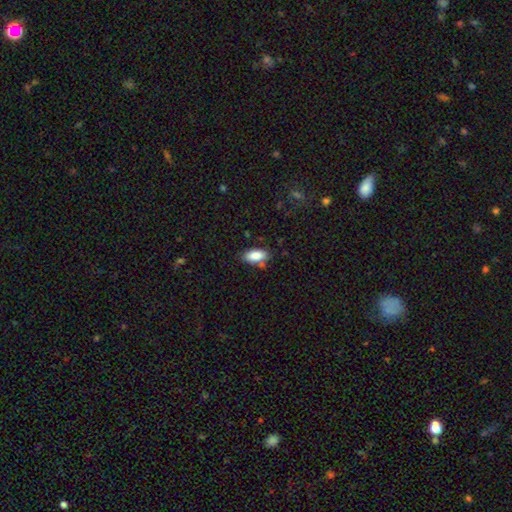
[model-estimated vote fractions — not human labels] A smooth galaxy with no disk features (86%) that is in between round and cigar-shaped (90%).

Vote fractions:
- Smooth or featured? smooth: 86% / featured or disk: 7% / star or artifact: 7%
- How rounded? in between: 90% / cigar-shaped: 7% / round: 3%
- Merging? none: 74% / minor disturbance: 17% / merger: 5% / major disturbance: 4%